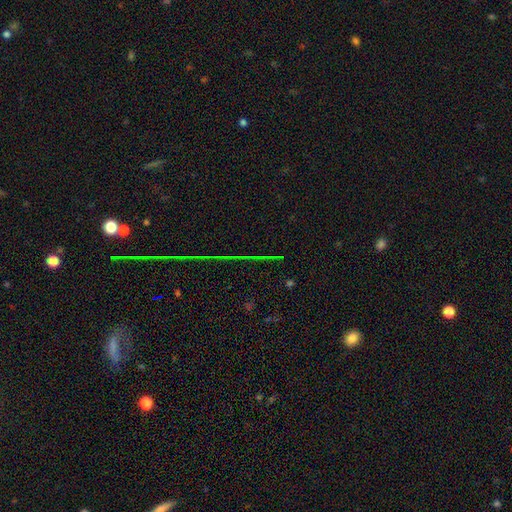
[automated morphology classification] Smooth or featured? Predicted: star or artifact (p=0.76).